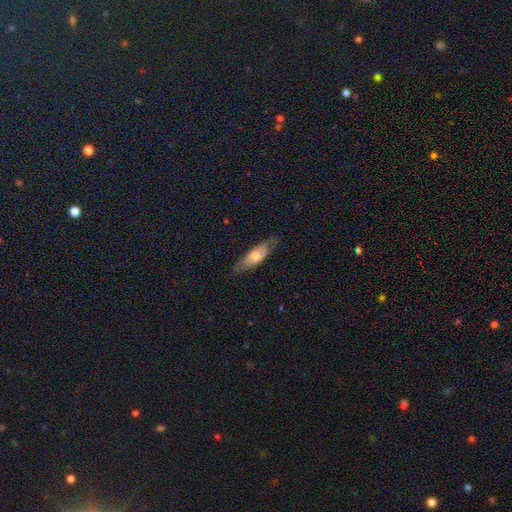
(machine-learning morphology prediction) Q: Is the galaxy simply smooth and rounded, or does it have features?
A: smooth — 62%.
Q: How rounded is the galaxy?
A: in between — 50%.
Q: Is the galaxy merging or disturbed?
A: none — 79%.